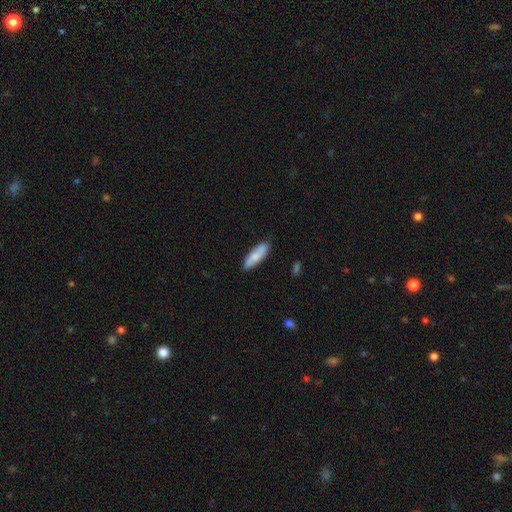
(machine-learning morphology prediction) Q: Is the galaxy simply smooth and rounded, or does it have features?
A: smooth — 75%.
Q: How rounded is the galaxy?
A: cigar-shaped — 50%.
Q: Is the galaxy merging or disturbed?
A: none — 82%.